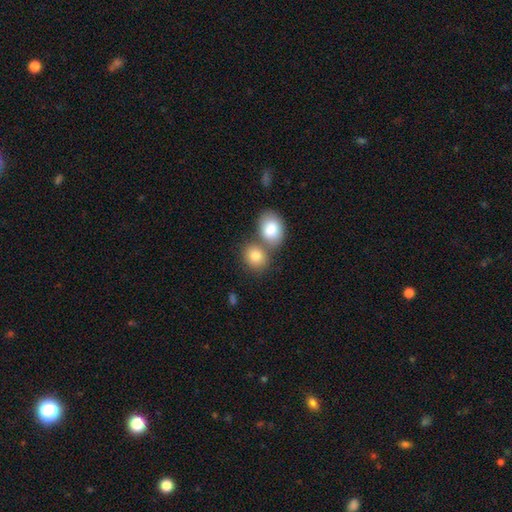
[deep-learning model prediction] The model was most divided on "merging": none: 45%, merger: 44%, minor disturbance: 9%, major disturbance: 3%. More confident: smooth or featured — smooth (81%); how rounded — round (58%).